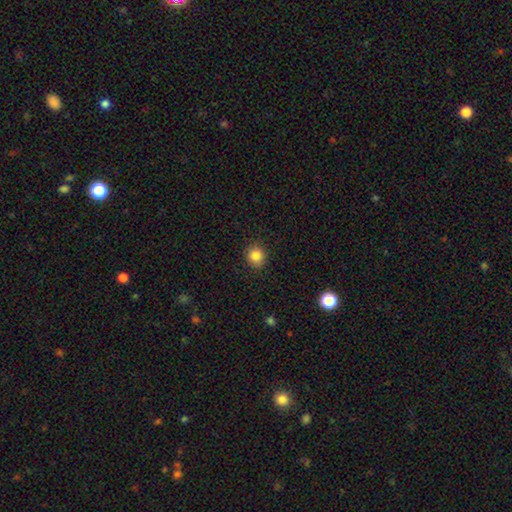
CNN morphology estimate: This is clearly a smooth galaxy (85%). How rounded: clearly round (87%). Merging: clearly none (89%).